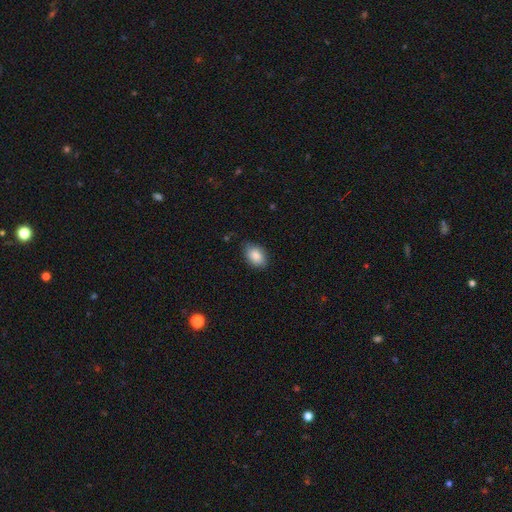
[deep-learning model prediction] smooth 87%, star or artifact 7%, featured or disk 6%. Down the decision tree: how rounded — in between (86%); merging — none (79%).